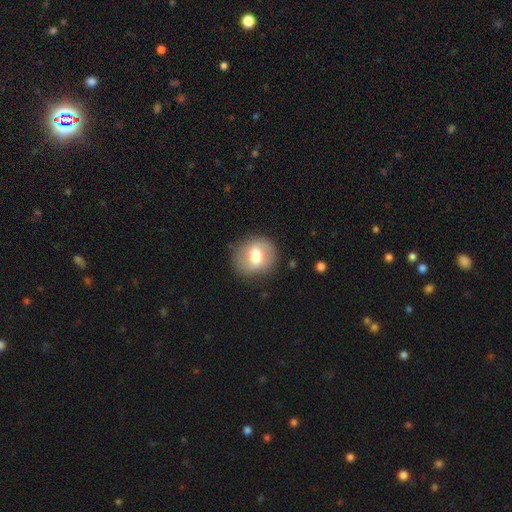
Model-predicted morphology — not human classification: A smooth galaxy with no disk features (60%) that is round (74%).

Vote fractions:
- Smooth or featured? smooth: 60% / featured or disk: 33% / star or artifact: 7%
- How rounded? round: 74% / in between: 25% / cigar-shaped: 1%
- Merging? none: 82% / minor disturbance: 12% / major disturbance: 5% / merger: 1%